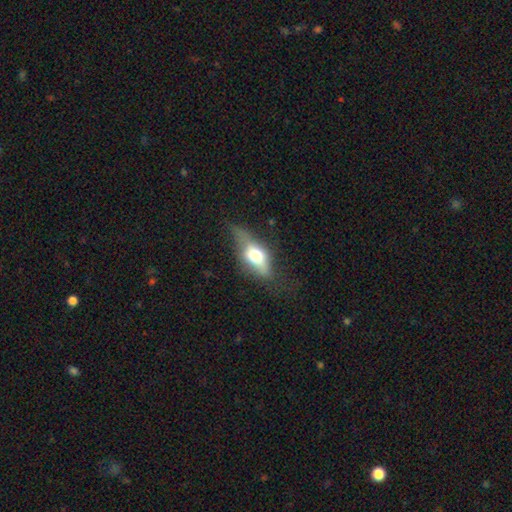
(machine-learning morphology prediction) Smooth or featured: smooth — 52% (featured or disk — 40%)
How rounded: in between — 75% (cigar-shaped — 16%)
Merging: none — 45% (minor disturbance — 31%)